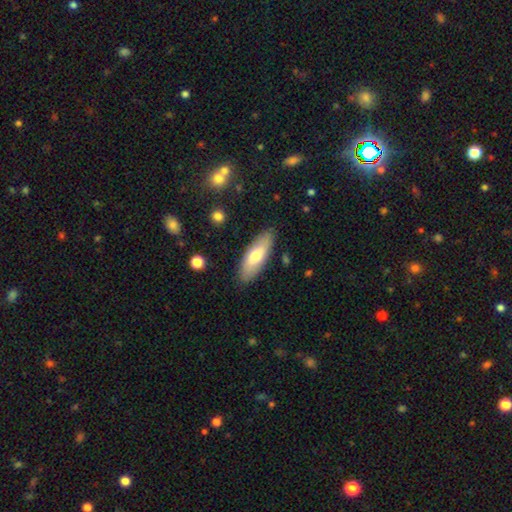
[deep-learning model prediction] This appears to be a smooth galaxy with no disk features (66%) that is in between round and cigar-shaped (65%). Merging: none (86%).